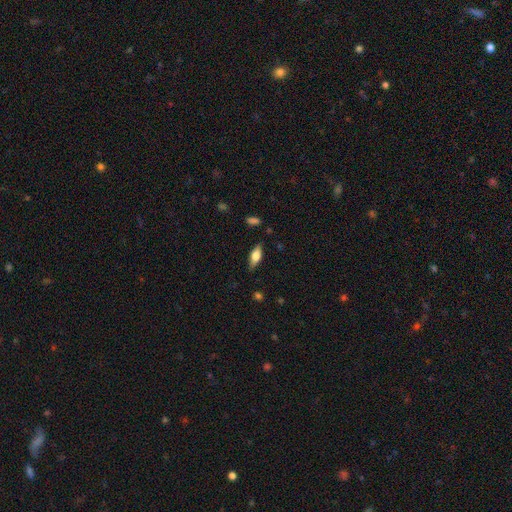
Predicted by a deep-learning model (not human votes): Smooth or featured? smooth (59%)
How rounded? in between (73%)
Merging? none (83%)